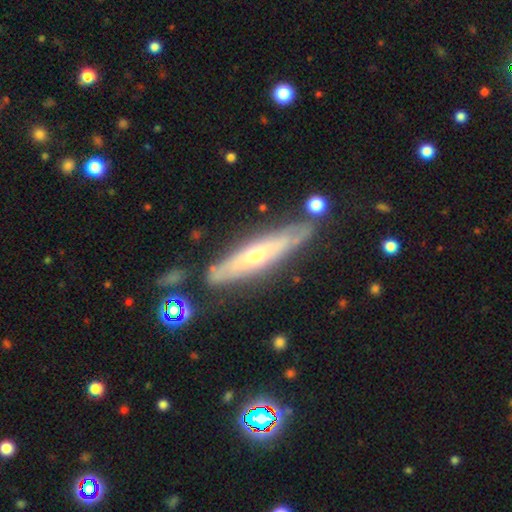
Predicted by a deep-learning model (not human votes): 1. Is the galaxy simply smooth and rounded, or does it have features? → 68% featured or disk, 25% smooth, 7% star or artifact.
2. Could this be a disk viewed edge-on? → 66% yes, 34% no.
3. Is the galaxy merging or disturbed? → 76% none, 16% minor disturbance, 4% major disturbance, 4% merger.